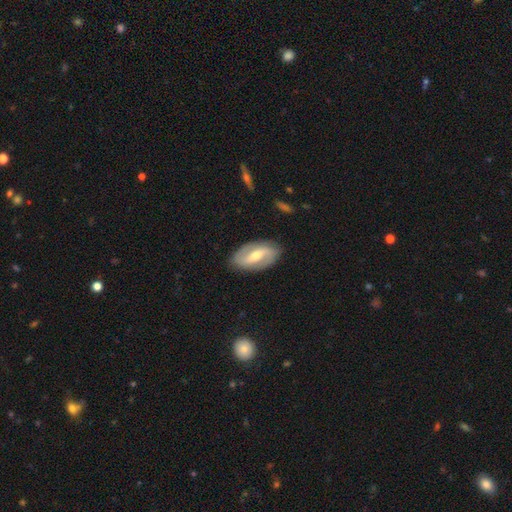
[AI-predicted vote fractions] This is likely a featured or disk galaxy (76%). It is clearly not viewed edge-on (94%). Bar: possibly strong (45%). Spiral arm pattern: clearly yes (83%). Spiral arm count: clearly 2 (90%). Spiral winding: marginally loose (45%). Central bulge: possibly moderate (57%). Merging: clearly none (86%).